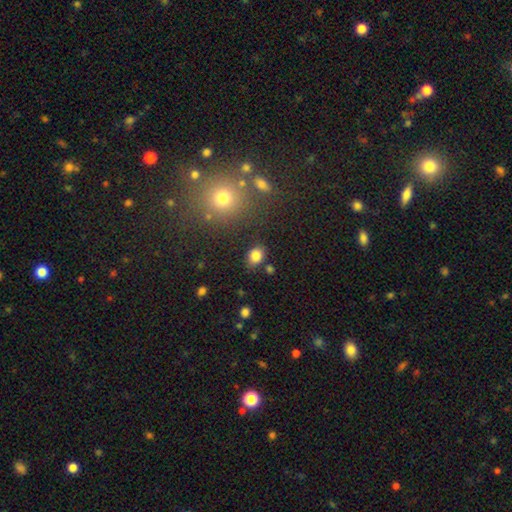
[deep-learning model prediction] Smooth or featured: smooth — 83% (star or artifact — 11%)
How rounded: in between — 59% (round — 39%)
Merging: none — 80% (minor disturbance — 12%)